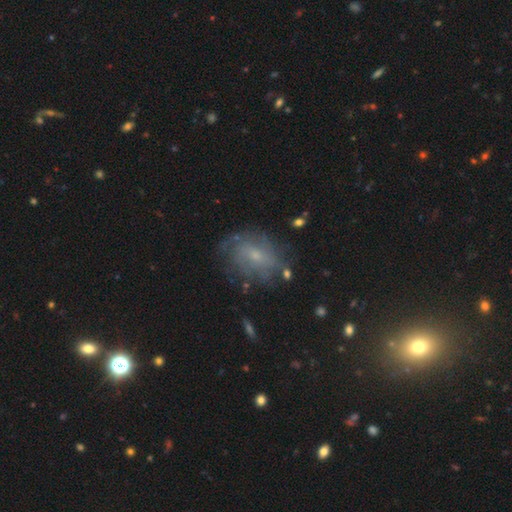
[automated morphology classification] Overall: featured or disk (53%; smooth 33%). Edge-on disk: no (95%). Bar: no (58%; weak 35%). Spiral arms: yes (67%; no 33%). Bulge size: small (66%). Merging: none (66%).